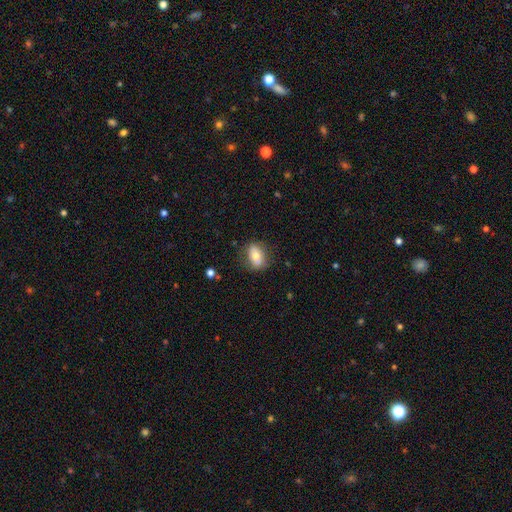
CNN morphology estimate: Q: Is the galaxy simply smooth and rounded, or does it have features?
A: smooth — 66%.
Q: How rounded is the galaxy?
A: in between — 77%.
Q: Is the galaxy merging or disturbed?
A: none — 76%.